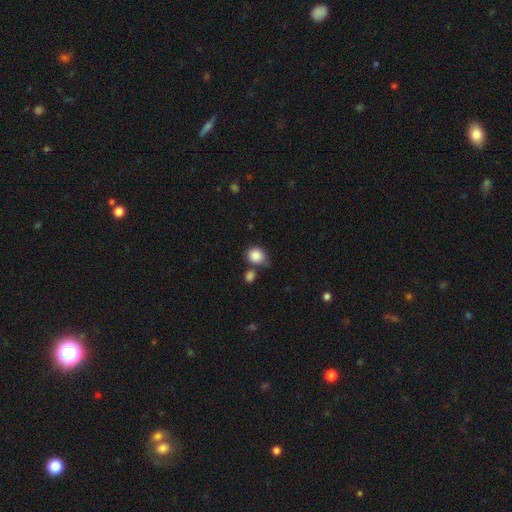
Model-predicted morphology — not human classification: Q: Smooth or featured?
A: smooth (87%); runner-up: star or artifact (8%)
Q: How rounded?
A: round (72%); runner-up: in between (27%)
Q: Merging?
A: none (58%); runner-up: merger (20%)